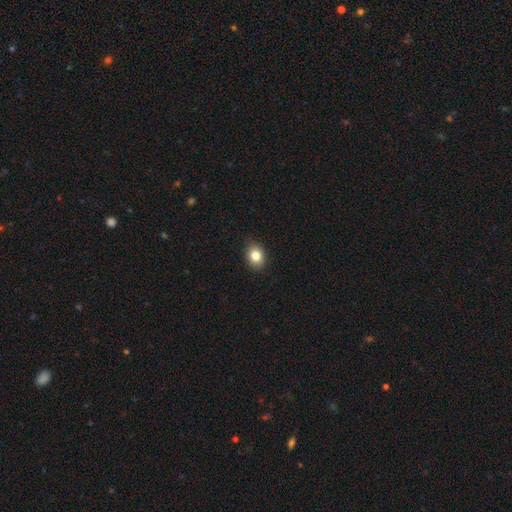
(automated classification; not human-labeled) This appears to be a smooth galaxy with no disk features (83%) that is in between round and cigar-shaped (56%). Merging: none (85%).